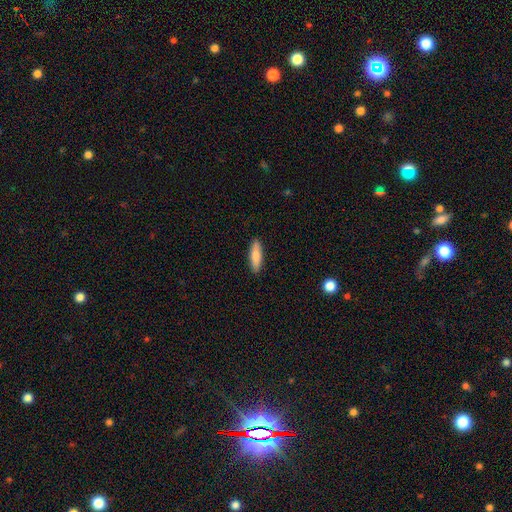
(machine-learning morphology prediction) The model was most divided on "how rounded": cigar-shaped: 59%, in between: 39%, round: 2%. More confident: merging — none (90%); smooth or featured — smooth (83%).